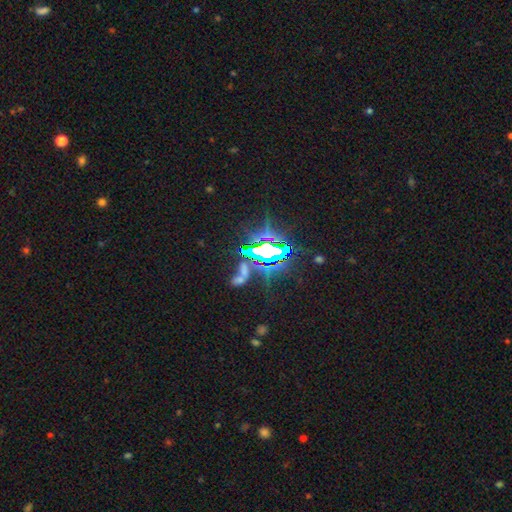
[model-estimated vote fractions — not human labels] Smooth or featured?
  - star or artifact: 82% *
  - smooth: 9%
  - featured or disk: 9%